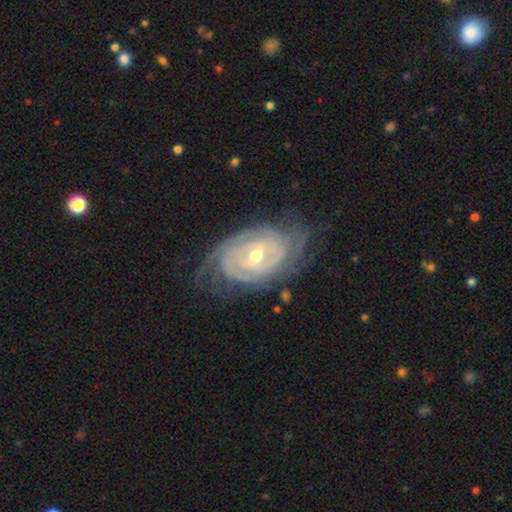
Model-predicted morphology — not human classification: smooth_or_featured: featured or disk (p=0.89) [alt: smooth p=0.06]
disk_edge_on: no (p=0.96) [alt: yes p=0.04]
bar: no (p=0.43) [alt: weak p=0.39]
has_spiral_arms: yes (p=0.96) [alt: no p=0.04]
spiral_winding: tight (p=0.79) [alt: medium p=0.17]
spiral_arm_count: can't tell (p=0.33) [alt: 2 p=0.21]
bulge_size: moderate (p=0.51) [alt: small p=0.46]
merging: none (p=0.71) [alt: minor disturbance p=0.19]